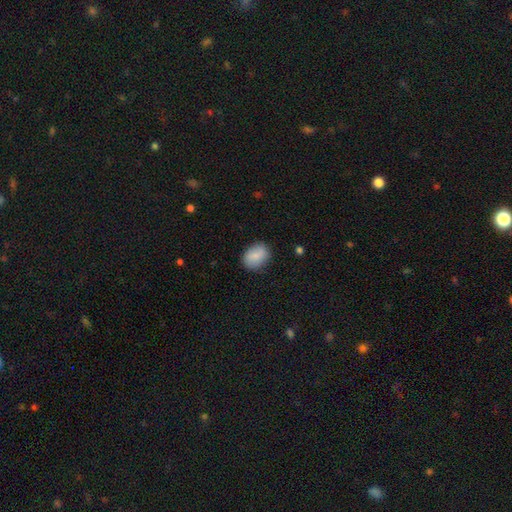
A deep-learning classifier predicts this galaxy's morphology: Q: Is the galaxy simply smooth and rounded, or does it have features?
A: smooth — 83%.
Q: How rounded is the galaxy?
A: in between — 65%.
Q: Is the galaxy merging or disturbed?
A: none — 81%.